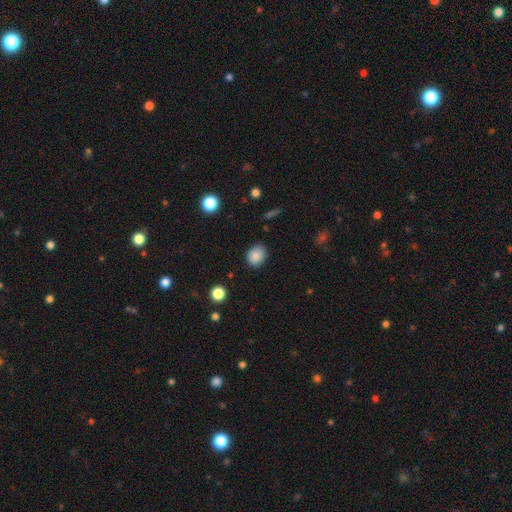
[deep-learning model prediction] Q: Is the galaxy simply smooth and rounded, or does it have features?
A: smooth — 87%.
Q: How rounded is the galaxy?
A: round — 54%.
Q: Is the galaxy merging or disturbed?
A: none — 84%.